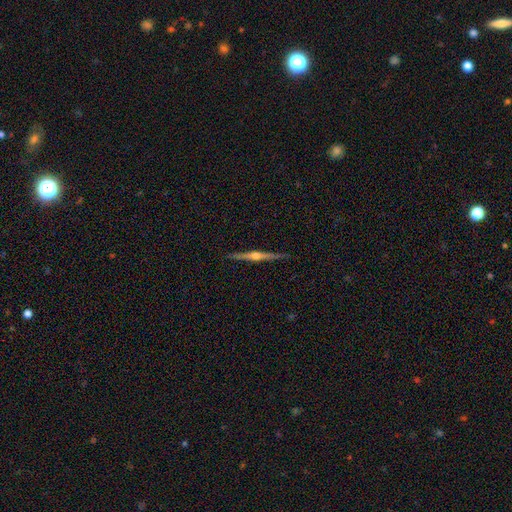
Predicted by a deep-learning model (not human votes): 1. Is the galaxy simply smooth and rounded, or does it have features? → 85% featured or disk, 10% smooth, 5% star or artifact.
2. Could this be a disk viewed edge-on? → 99% yes, 1% no.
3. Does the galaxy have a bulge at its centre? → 93% rounded, 4% boxy, 3% none.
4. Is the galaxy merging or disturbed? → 92% none, 6% minor disturbance, 1% major disturbance, 1% merger.